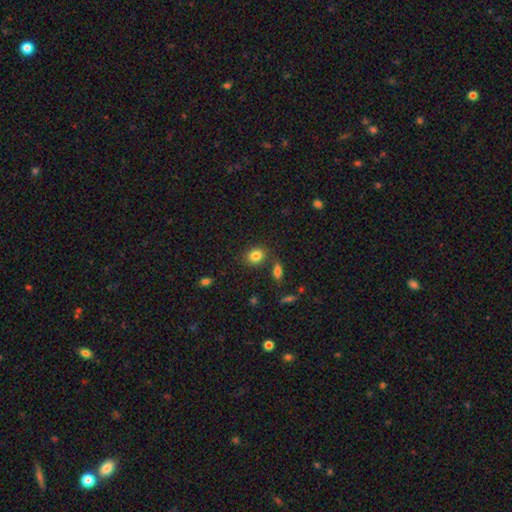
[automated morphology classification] Smooth or featured: smooth — 83% (star or artifact — 10%)
How rounded: round — 55% (in between — 44%)
Merging: none — 76% (minor disturbance — 11%)